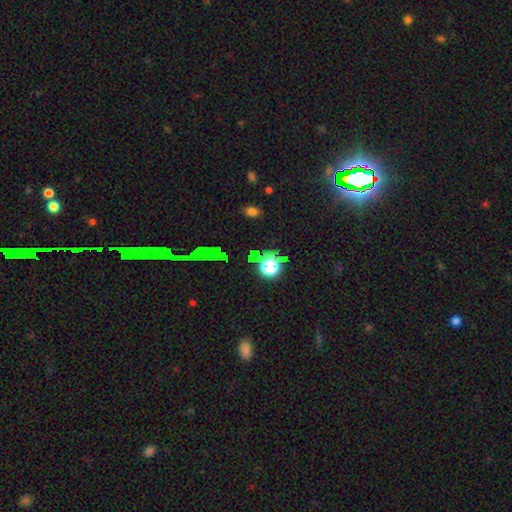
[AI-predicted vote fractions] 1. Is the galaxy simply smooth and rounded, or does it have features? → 55% star or artifact, 35% smooth, 10% featured or disk.